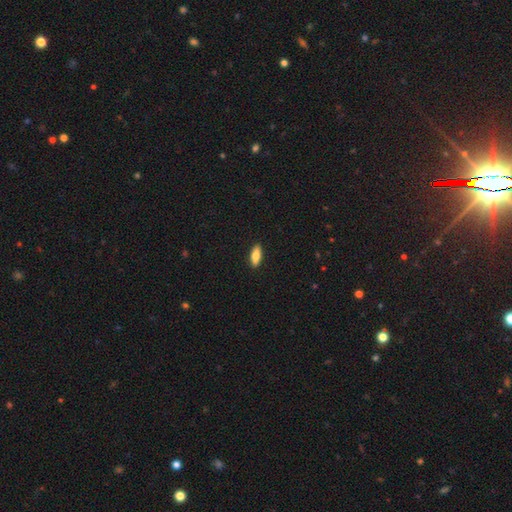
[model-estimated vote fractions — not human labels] A smooth galaxy with no disk features (77%) that is in between round and cigar-shaped (69%).

Vote fractions:
- Smooth or featured? smooth: 77% / featured or disk: 17% / star or artifact: 6%
- How rounded? in between: 69% / cigar-shaped: 28% / round: 2%
- Merging? none: 90% / minor disturbance: 7% / major disturbance: 2% / merger: 1%